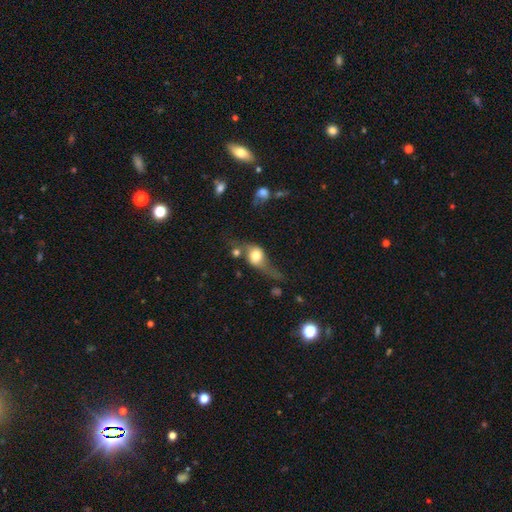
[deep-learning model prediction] A smooth galaxy with no disk features (48%). Merging: major disturbance (34%).